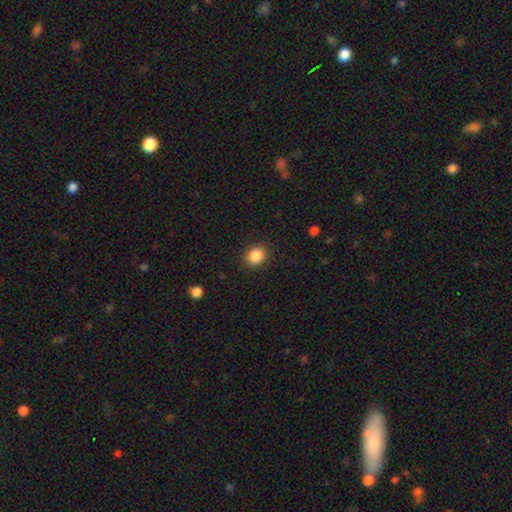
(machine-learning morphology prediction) This appears to be a smooth galaxy with no disk features (88%) that is round (71%). Merging: none (89%).